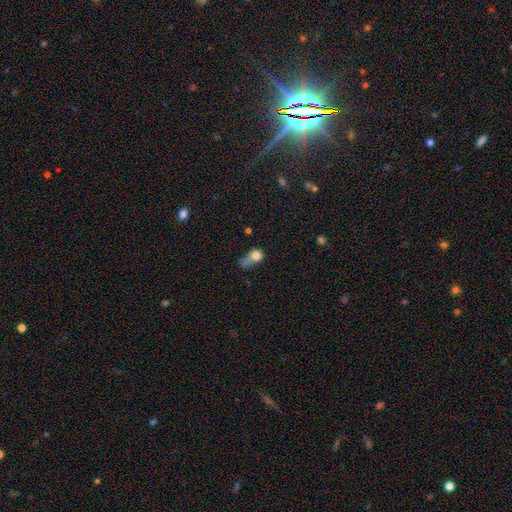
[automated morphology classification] Smooth or featured? smooth (74%)
How rounded? round (58%)
Merging? major disturbance (33%)